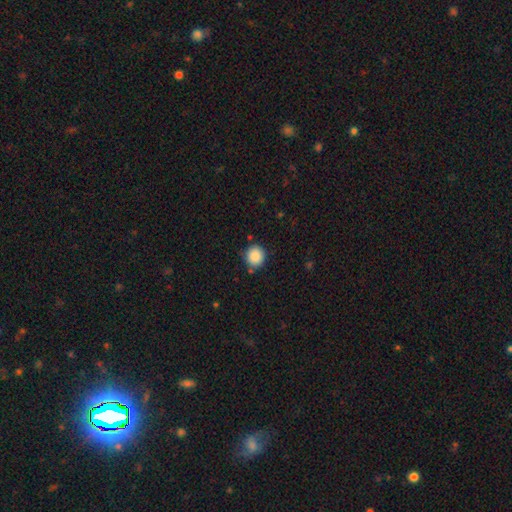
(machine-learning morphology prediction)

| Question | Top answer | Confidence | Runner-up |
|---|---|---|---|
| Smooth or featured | smooth | 88% | star or artifact (9%) |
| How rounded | round | 89% | in between (10%) |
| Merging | none | 82% | minor disturbance (12%) |